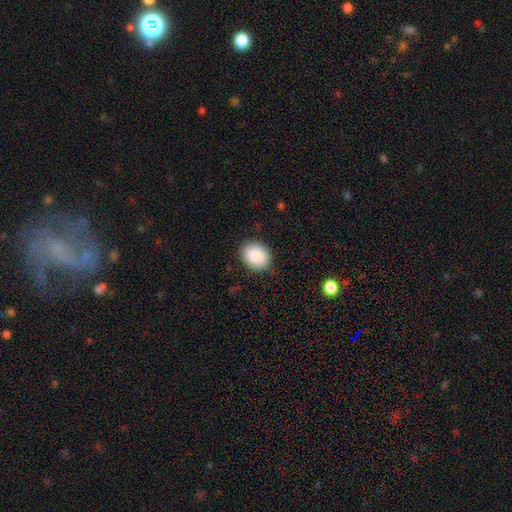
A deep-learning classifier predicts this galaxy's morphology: Q: Smooth or featured?
A: smooth (86%); runner-up: star or artifact (7%)
Q: How rounded?
A: in between (57%); runner-up: round (42%)
Q: Merging?
A: none (86%); runner-up: minor disturbance (10%)